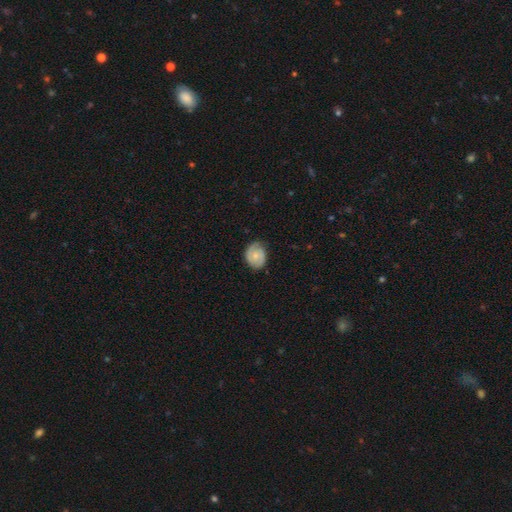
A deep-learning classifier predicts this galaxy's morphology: smooth-or-featured: featured or disk: 49% | smooth: 44% | star or artifact: 7%
  merging: none: 65% | minor disturbance: 27% | major disturbance: 7% | merger: 1%